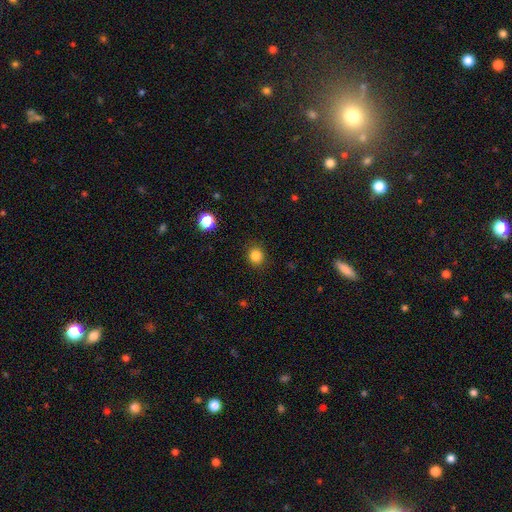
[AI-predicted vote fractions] This appears to be a smooth galaxy with no disk features (84%) that is round (84%). Merging: none (90%).